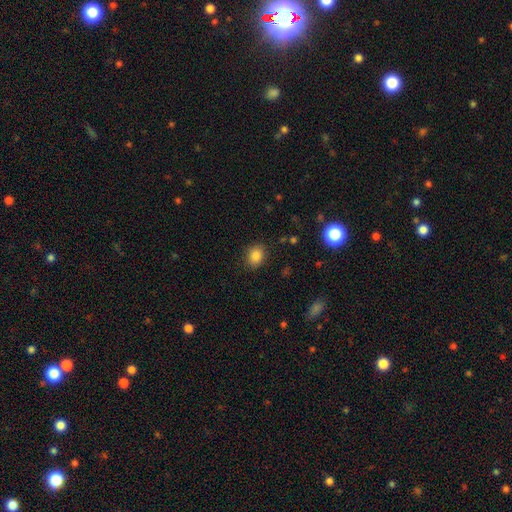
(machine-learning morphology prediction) type=smooth (83%); roundness=round (56%); merging=none (87%).